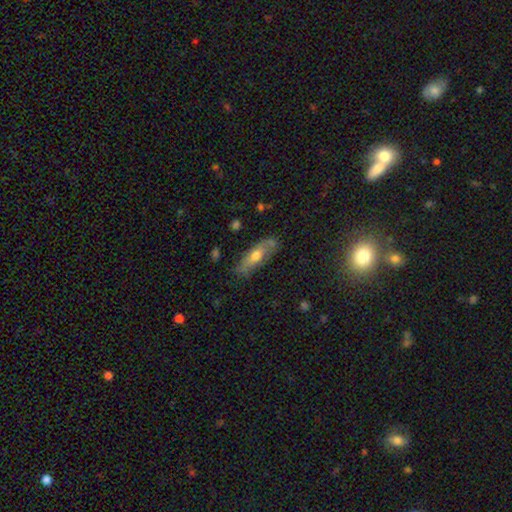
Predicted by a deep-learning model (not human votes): Smooth or featured? Predicted: smooth (p=0.55). How rounded? Predicted: in between (p=0.56). Merging? Predicted: none (p=0.70).